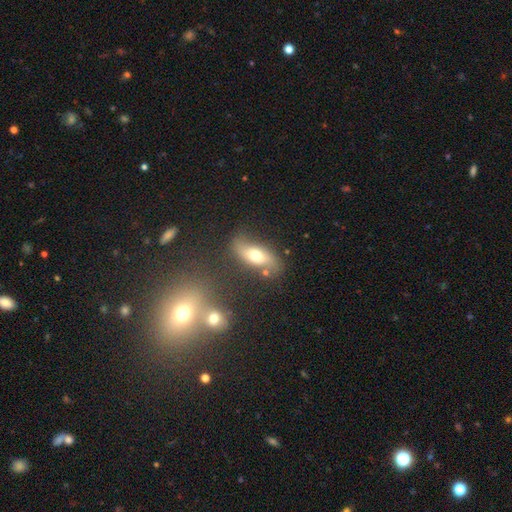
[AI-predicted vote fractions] Smooth or featured? smooth (57%)
How rounded? in between (78%)
Merging? none (65%)